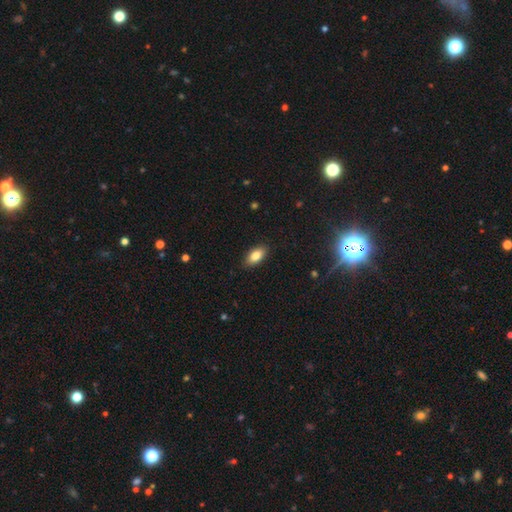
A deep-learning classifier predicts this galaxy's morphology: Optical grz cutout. It shows a smooth galaxy with no disk features (84%) that is in between round and cigar-shaped (91%). Merging: none (88%).